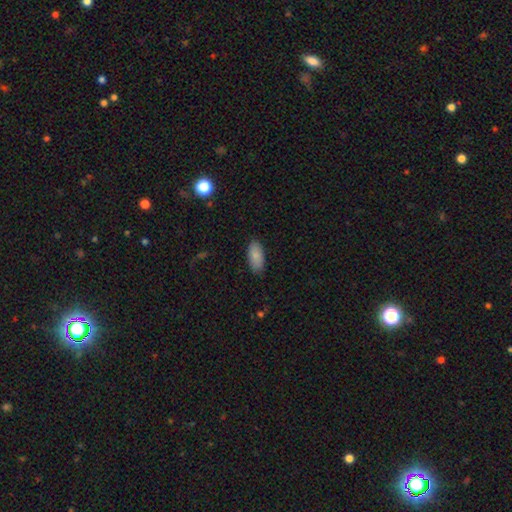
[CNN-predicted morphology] A smooth galaxy with no disk features (87%) that is in between round and cigar-shaped (90%).

Vote fractions:
- Smooth or featured? smooth: 87% / featured or disk: 7% / star or artifact: 7%
- How rounded? in between: 90% / cigar-shaped: 8% / round: 2%
- Merging? none: 87% / minor disturbance: 10% / major disturbance: 2% / merger: 1%